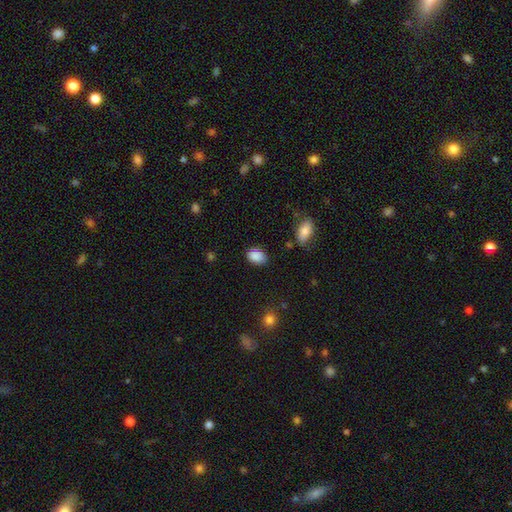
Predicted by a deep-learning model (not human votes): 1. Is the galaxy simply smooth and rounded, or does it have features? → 88% smooth, 8% star or artifact, 4% featured or disk.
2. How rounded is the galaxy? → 82% in between, 17% round, 1% cigar-shaped.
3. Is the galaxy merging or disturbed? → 79% none, 16% minor disturbance, 3% major disturbance, 2% merger.